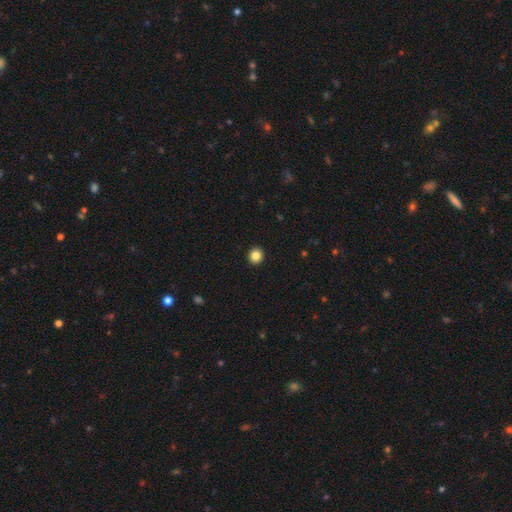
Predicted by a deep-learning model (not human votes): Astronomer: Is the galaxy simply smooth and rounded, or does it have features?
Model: smooth — 85%.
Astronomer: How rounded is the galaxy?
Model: round — 90%.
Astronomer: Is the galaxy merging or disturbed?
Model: none — 93%.